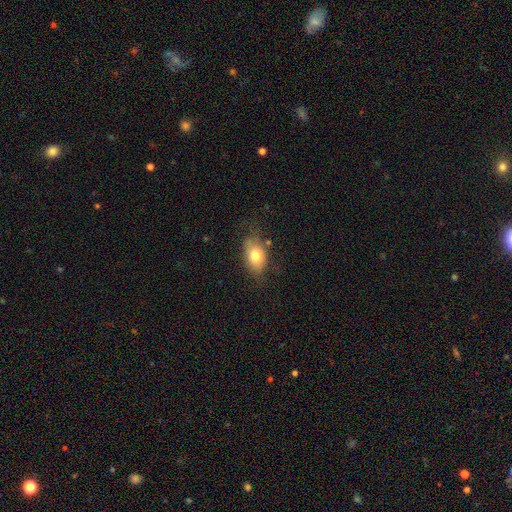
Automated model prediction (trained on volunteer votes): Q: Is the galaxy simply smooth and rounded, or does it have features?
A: smooth — 76%.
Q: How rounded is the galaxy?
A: in between — 84%.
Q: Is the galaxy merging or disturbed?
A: none — 67%.